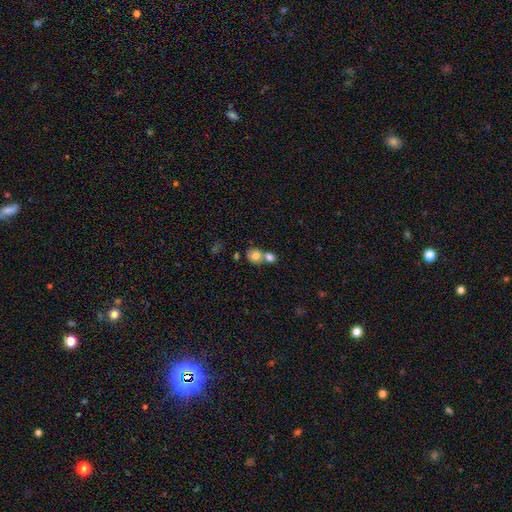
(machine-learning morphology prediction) Smooth or featured? Predicted: smooth (p=0.77). How rounded? Predicted: round (p=0.70). Merging? Predicted: merger (p=0.58).